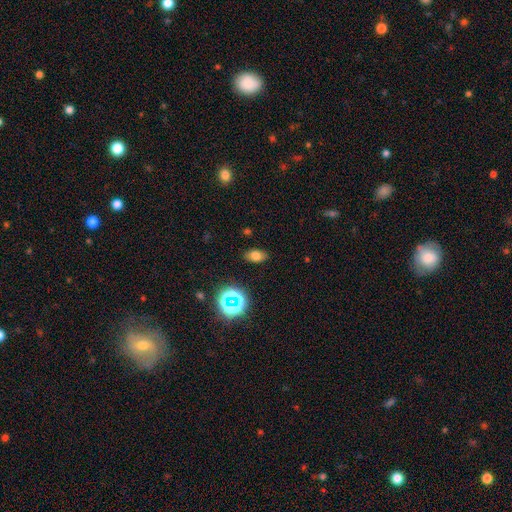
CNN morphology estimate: smooth-or-featured: smooth: 72% | star or artifact: 17% | featured or disk: 10%
  how-rounded: in between: 86% | round: 12% | cigar-shaped: 2%
  merging: none: 86% | minor disturbance: 10% | major disturbance: 3% | merger: 1%